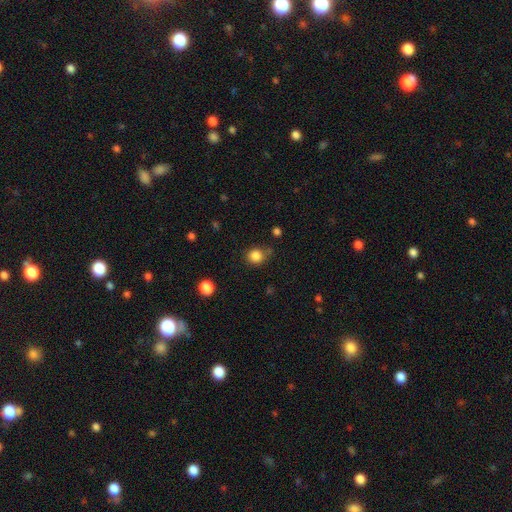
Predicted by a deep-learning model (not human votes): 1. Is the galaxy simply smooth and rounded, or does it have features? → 85% smooth, 11% star or artifact, 4% featured or disk.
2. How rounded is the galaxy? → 82% round, 17% in between, 1% cigar-shaped.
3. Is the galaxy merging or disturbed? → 71% none, 20% minor disturbance, 5% major disturbance, 4% merger.